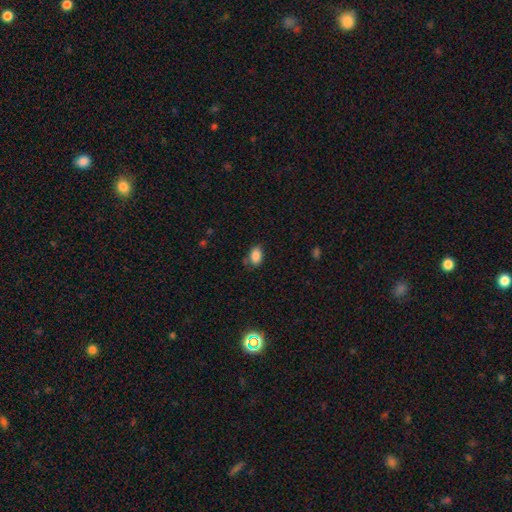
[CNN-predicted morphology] Smooth or featured? smooth (86%)
How rounded? in between (89%)
Merging? none (70%)